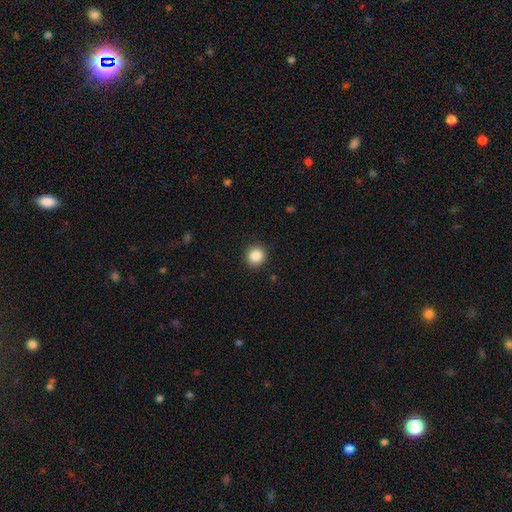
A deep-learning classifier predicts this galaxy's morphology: Overall: smooth (87%). How rounded: round (93%). Merging: none (91%).